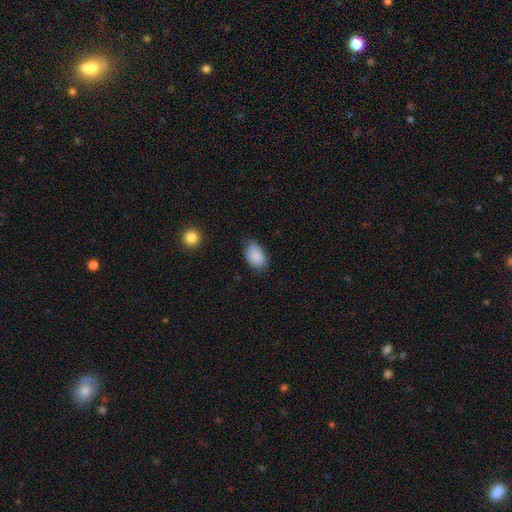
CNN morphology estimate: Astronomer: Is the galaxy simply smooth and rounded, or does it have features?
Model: smooth — 88%.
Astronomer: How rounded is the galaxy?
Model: in between — 89%.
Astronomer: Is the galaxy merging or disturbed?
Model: none — 70%.